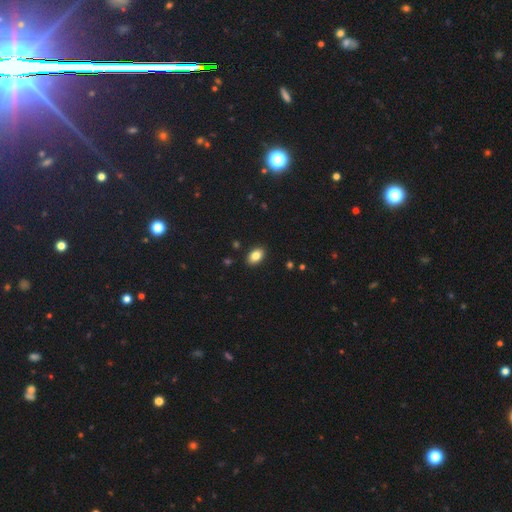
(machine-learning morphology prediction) Q: Smooth or featured?
A: smooth (84%); runner-up: star or artifact (9%)
Q: How rounded?
A: in between (88%); runner-up: round (10%)
Q: Merging?
A: none (89%); runner-up: minor disturbance (8%)